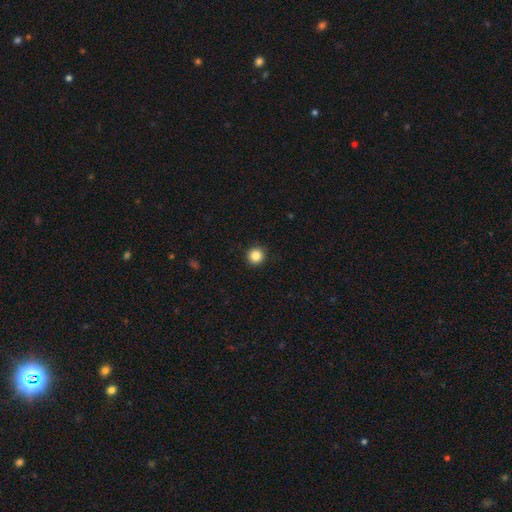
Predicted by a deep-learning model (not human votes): smooth-or-featured: smooth: 85% | star or artifact: 11% | featured or disk: 4%
  how-rounded: round: 95% | in between: 4% | cigar-shaped: 1%
  merging: none: 93% | minor disturbance: 5% | major disturbance: 1% | merger: 1%